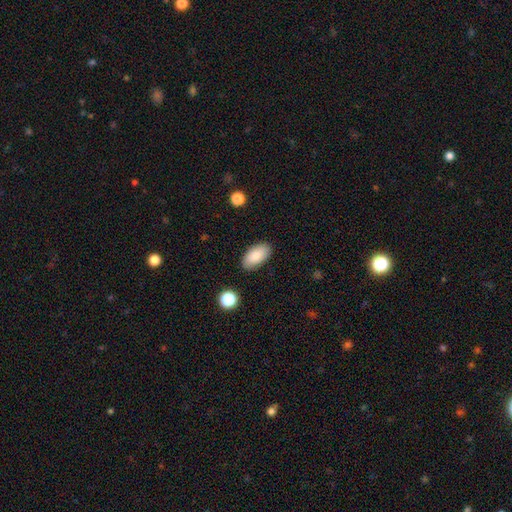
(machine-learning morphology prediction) This is clearly a smooth galaxy (87%). How rounded: clearly in between (95%). Merging: clearly none (86%).